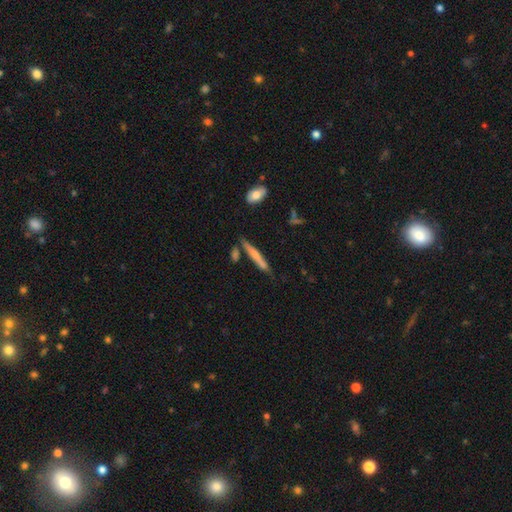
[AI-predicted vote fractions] This appears to be a smooth galaxy with no disk features (51%) that is cigar-shaped (93%). Merging: none (76%).